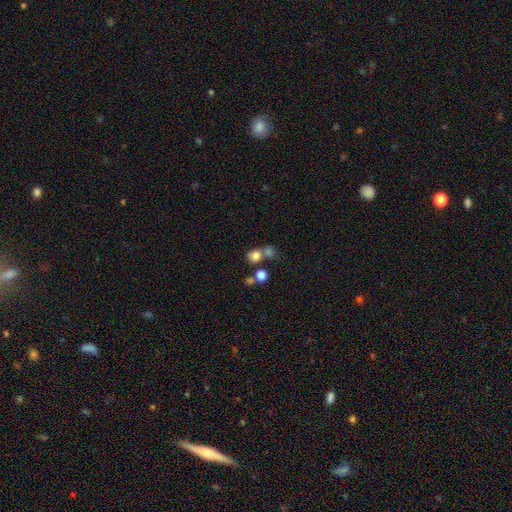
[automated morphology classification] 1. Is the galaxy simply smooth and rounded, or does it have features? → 76% smooth, 14% star or artifact, 10% featured or disk.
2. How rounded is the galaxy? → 72% round, 27% in between, 1% cigar-shaped.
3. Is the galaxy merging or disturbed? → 47% none, 38% merger, 10% minor disturbance, 5% major disturbance.